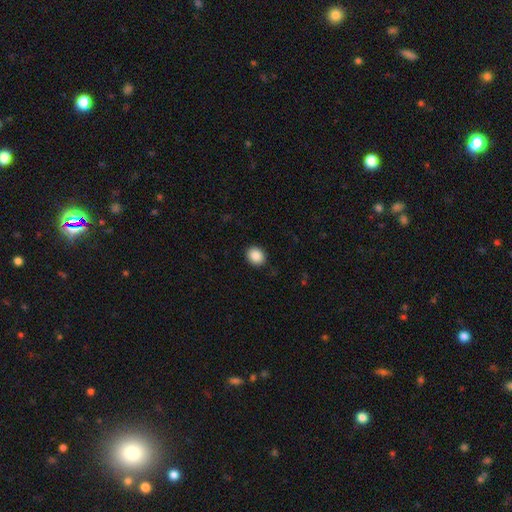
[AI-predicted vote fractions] Q: Smooth or featured?
A: smooth (88%); runner-up: star or artifact (8%)
Q: How rounded?
A: round (59%); runner-up: in between (40%)
Q: Merging?
A: none (90%); runner-up: minor disturbance (7%)